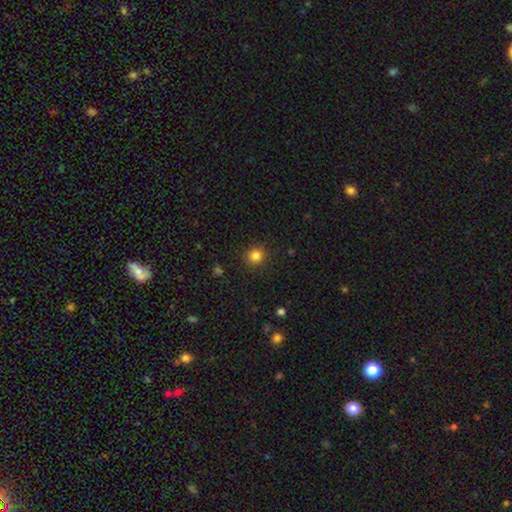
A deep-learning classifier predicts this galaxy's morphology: Smooth or featured? Predicted: smooth (p=0.84). How rounded? Predicted: round (p=0.87). Merging? Predicted: none (p=0.90).